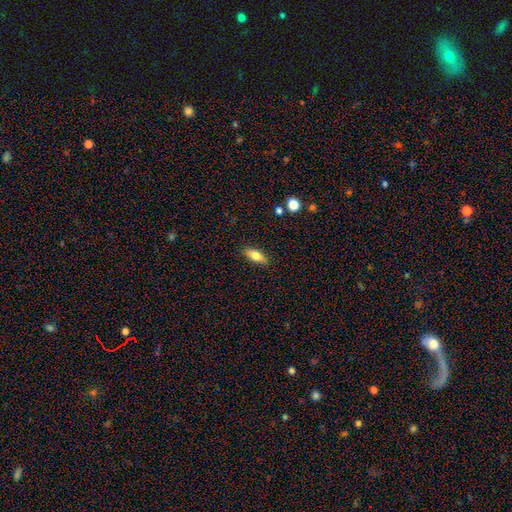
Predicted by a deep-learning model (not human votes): A smooth galaxy with no disk features (72%) that is in between round and cigar-shaped (74%).

Vote fractions:
- Smooth or featured? smooth: 72% / featured or disk: 21% / star or artifact: 8%
- How rounded? in between: 74% / cigar-shaped: 22% / round: 3%
- Merging? none: 87% / minor disturbance: 9% / major disturbance: 2% / merger: 1%